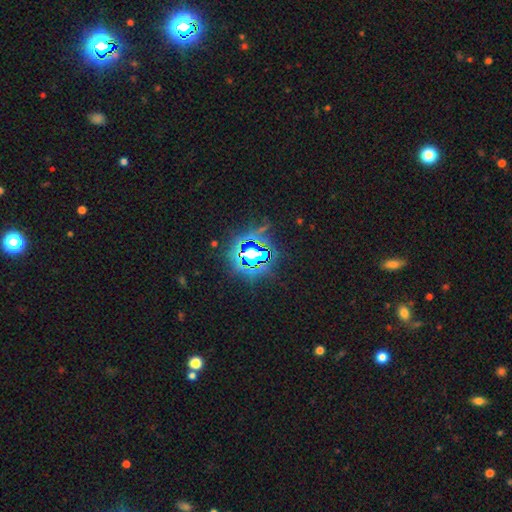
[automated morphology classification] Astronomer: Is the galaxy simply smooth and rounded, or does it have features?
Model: star or artifact — 82%.